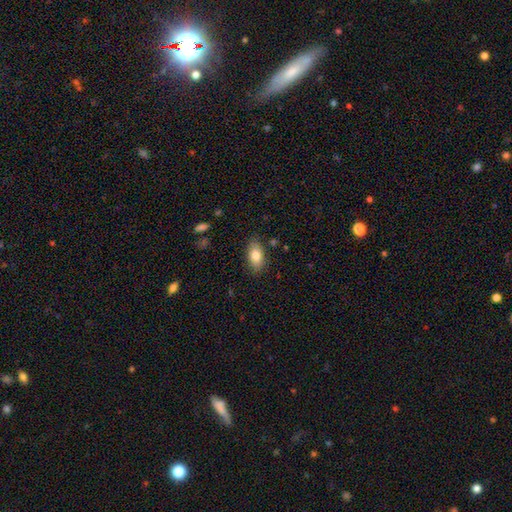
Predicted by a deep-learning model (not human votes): Smooth or featured? smooth (81%)
How rounded? in between (91%)
Merging? none (84%)